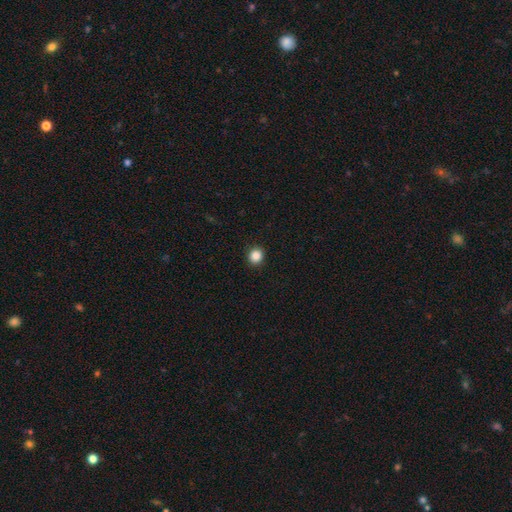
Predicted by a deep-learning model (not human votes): Q: Smooth or featured?
A: smooth (86%); runner-up: star or artifact (11%)
Q: How rounded?
A: round (87%); runner-up: in between (12%)
Q: Merging?
A: none (92%); runner-up: minor disturbance (5%)